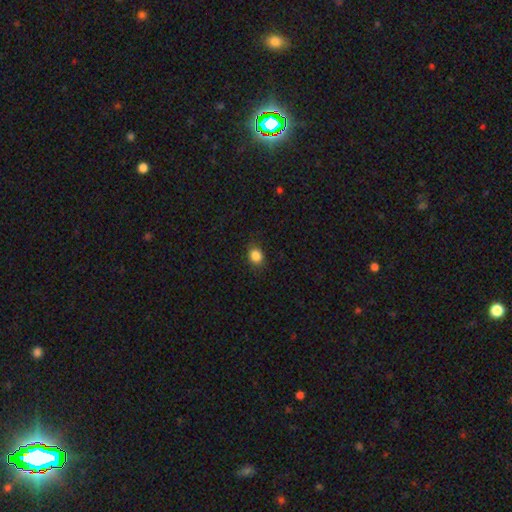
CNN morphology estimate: smooth 85%, star or artifact 10%, featured or disk 4%. Down the decision tree: how rounded — round (56%); merging — none (85%).